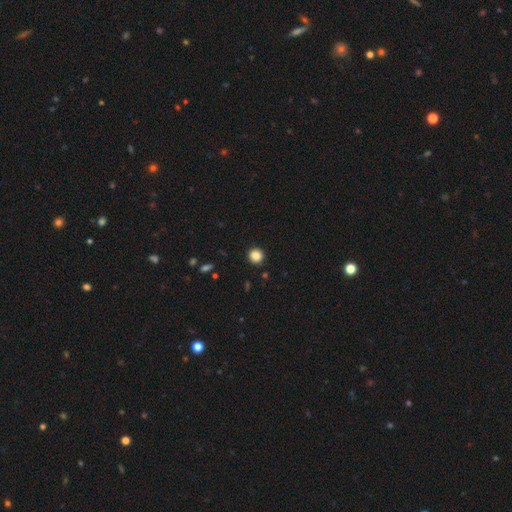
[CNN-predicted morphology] Smooth or featured?
  - smooth: 86% *
  - star or artifact: 10%
  - featured or disk: 3%
How rounded?
  - round: 92% *
  - in between: 7%
  - cigar-shaped: 1%
Merging?
  - none: 91% *
  - minor disturbance: 6%
  - major disturbance: 2%
  - merger: 1%